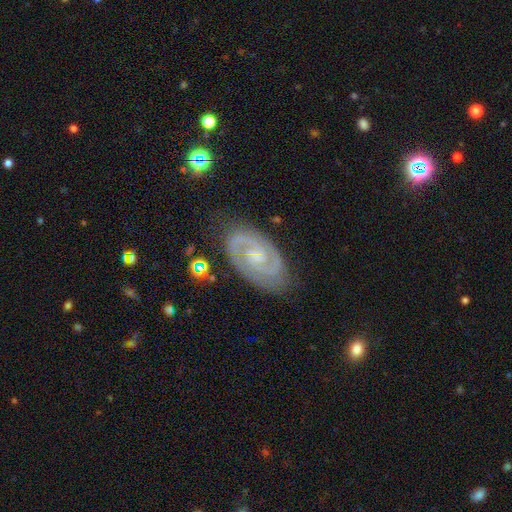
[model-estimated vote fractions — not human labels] Morphology: type=featured or disk (91%); edge-on=no (97%); bar=no (50%); spiral arms=yes (98%); winding=tight (60%); arm count=2 (91%); bulge=small (64%); merging=none (81%).